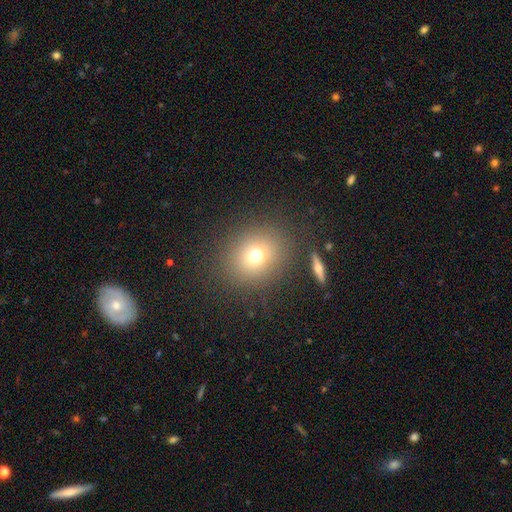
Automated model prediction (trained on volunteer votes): smooth 71%, star or artifact 16%, featured or disk 13%. Down the decision tree: how rounded — round (75%); merging — none (83%).